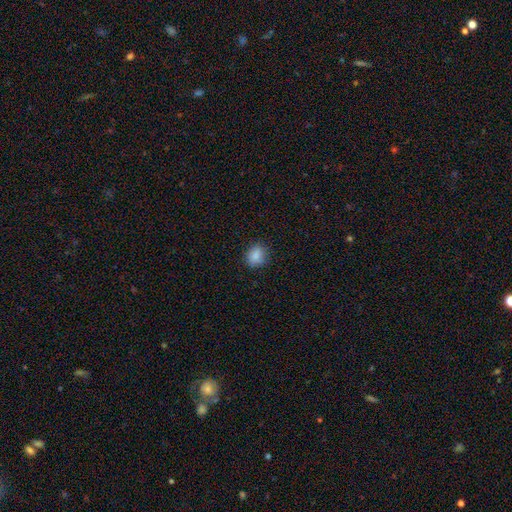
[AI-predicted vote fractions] Smooth or featured? Predicted: smooth (p=0.87). How rounded? Predicted: round (p=0.58). Merging? Predicted: none (p=0.84).